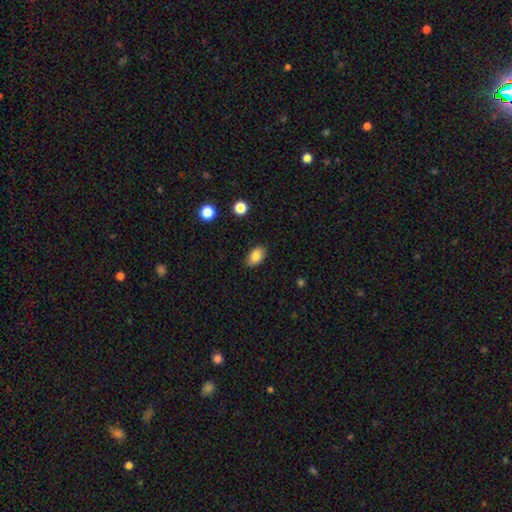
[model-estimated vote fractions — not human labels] smooth 85%, star or artifact 9%, featured or disk 6%. Down the decision tree: how rounded — in between (89%); merging — none (86%).